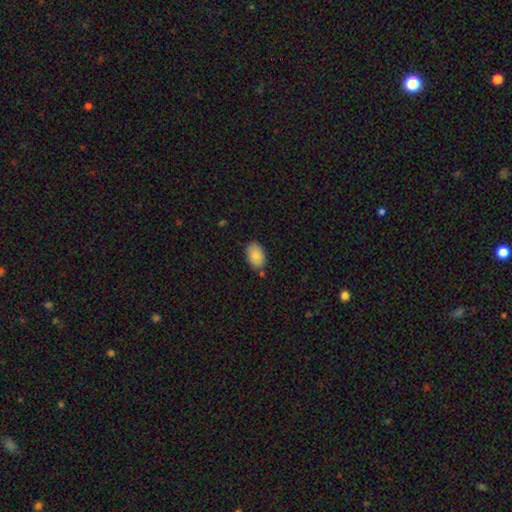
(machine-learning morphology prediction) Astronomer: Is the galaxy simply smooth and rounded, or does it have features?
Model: smooth — 86%.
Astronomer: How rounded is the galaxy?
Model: in between — 89%.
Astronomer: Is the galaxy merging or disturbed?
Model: none — 78%.